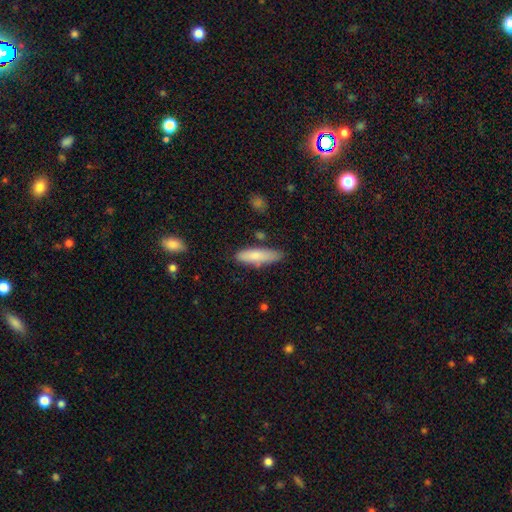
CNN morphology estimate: A smooth galaxy with no disk features (81%) that is cigar-shaped (59%). Merging: none (72%).